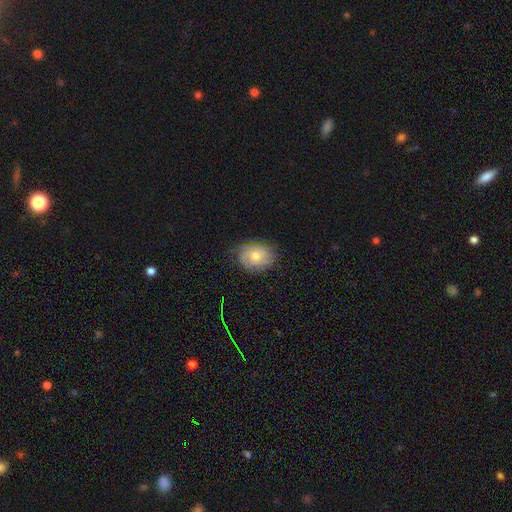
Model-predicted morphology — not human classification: This appears to be a featured or disk galaxy (53%) with no bar (80%), spiral arms (84%) and a moderate central bulge (54%). Merging: none (75%).